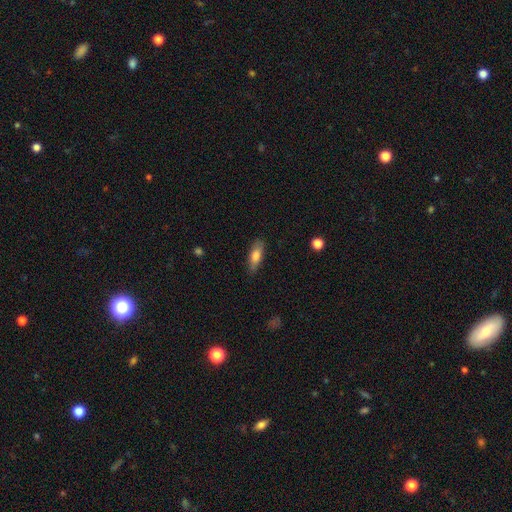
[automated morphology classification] A smooth galaxy with no disk features (78%) that is in between round and cigar-shaped (67%). Merging: none (83%).